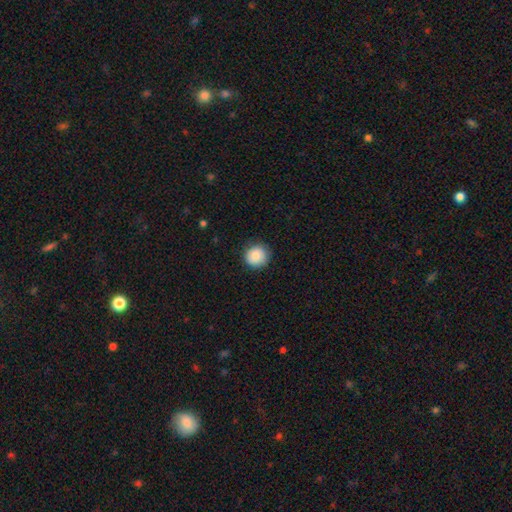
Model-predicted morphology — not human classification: Overall: smooth (88%). How rounded: round (93%). Merging: none (88%).